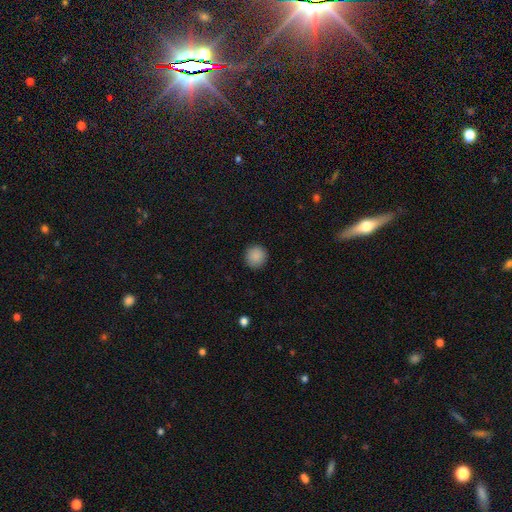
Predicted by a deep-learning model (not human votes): A smooth galaxy with no disk features (89%) that is round (95%).

Vote fractions:
- Smooth or featured? smooth: 89% / star or artifact: 8% / featured or disk: 3%
- How rounded? round: 95% / in between: 4% / cigar-shaped: 1%
- Merging? none: 92% / minor disturbance: 5% / major disturbance: 2% / merger: 1%